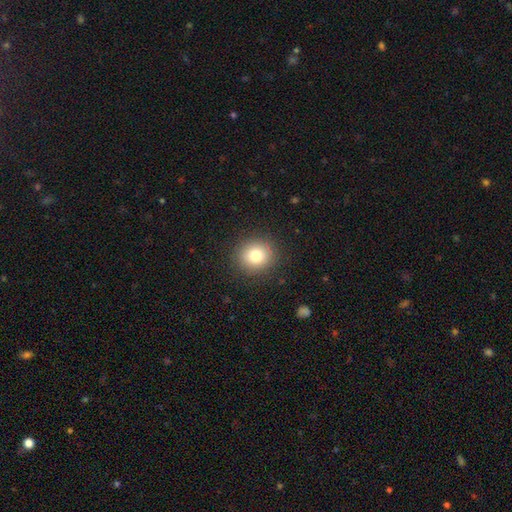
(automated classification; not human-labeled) Smooth or featured? Predicted: smooth (p=0.79). How rounded? Predicted: round (p=0.89). Merging? Predicted: none (p=0.89).